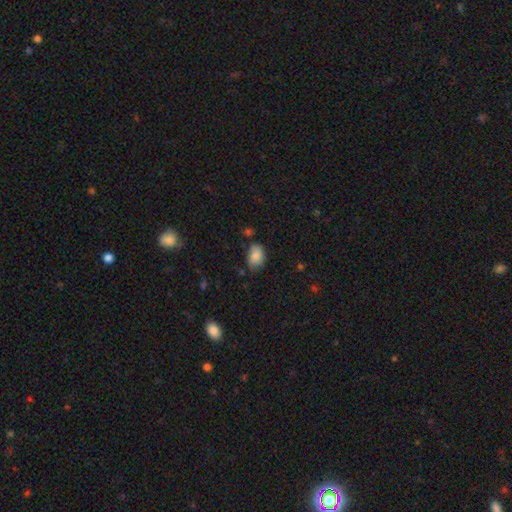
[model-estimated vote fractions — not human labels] This is clearly a smooth galaxy (85%). How rounded: clearly in between (85%). Merging: likely none (69%).